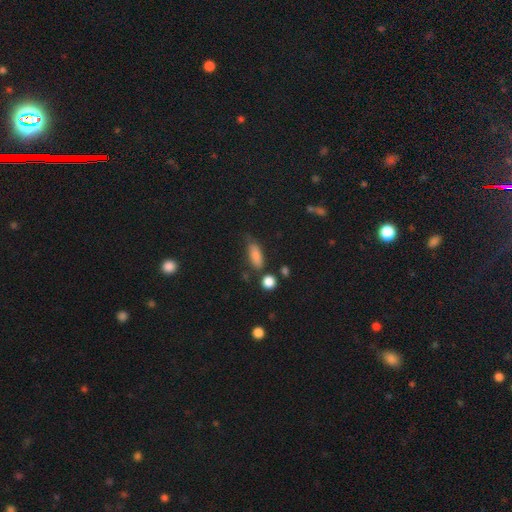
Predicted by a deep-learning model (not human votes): The model was most divided on "merging": none: 57%, minor disturbance: 29%, major disturbance: 8%, merger: 6%. More confident: smooth or featured — smooth (82%); how rounded — in between (73%).